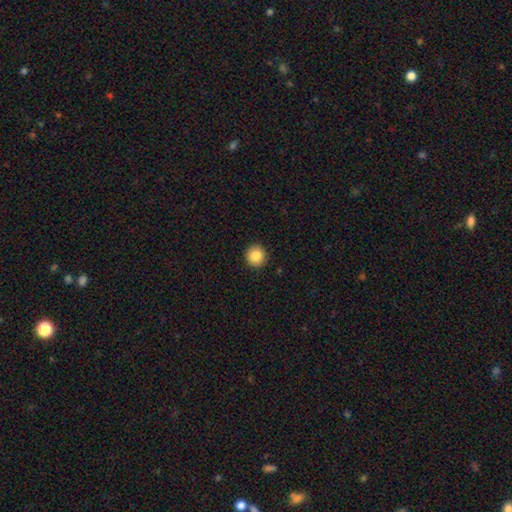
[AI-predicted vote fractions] This is clearly a smooth galaxy (86%). How rounded: clearly round (94%). Merging: clearly none (92%).